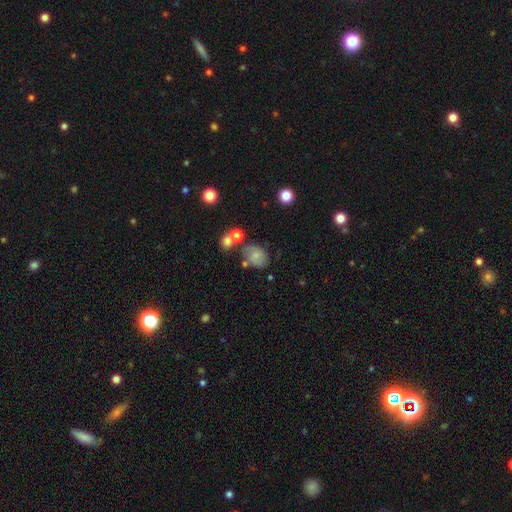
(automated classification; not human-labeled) Overall: smooth (62%; featured or disk 26%). How rounded: in between (58%; round 41%). Merging: none (54%; minor disturbance 20%).